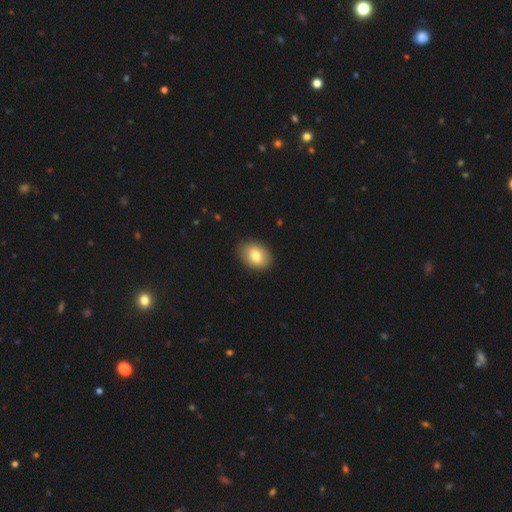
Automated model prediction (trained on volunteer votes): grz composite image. It shows a smooth galaxy with no disk features (78%) that is in between round and cigar-shaped (76%). Merging: none (88%).